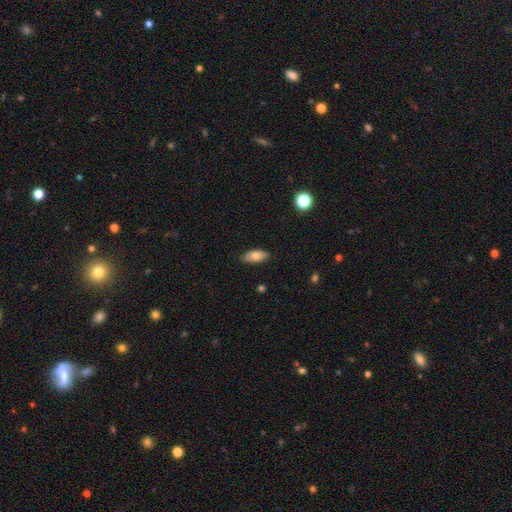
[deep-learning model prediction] Smooth or featured? Predicted: smooth (p=0.76). How rounded? Predicted: in between (p=0.89). Merging? Predicted: none (p=0.85).